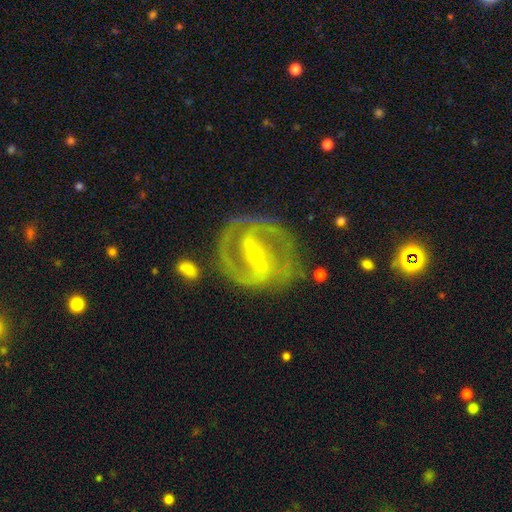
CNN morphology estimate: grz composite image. It shows a featured or disk galaxy (90%) with a strong bar (70%), 2 (82%) medium (47%) spiral arms (92%) and a small central bulge (65%). Merging: none (75%).